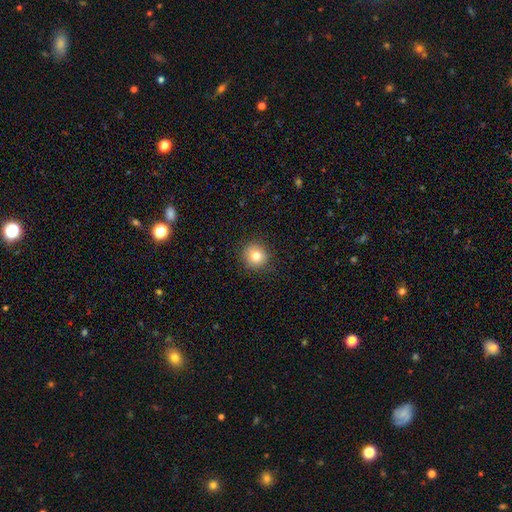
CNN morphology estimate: Q: Smooth or featured?
A: smooth (80%); runner-up: star or artifact (11%)
Q: How rounded?
A: round (92%); runner-up: in between (7%)
Q: Merging?
A: none (90%); runner-up: minor disturbance (7%)